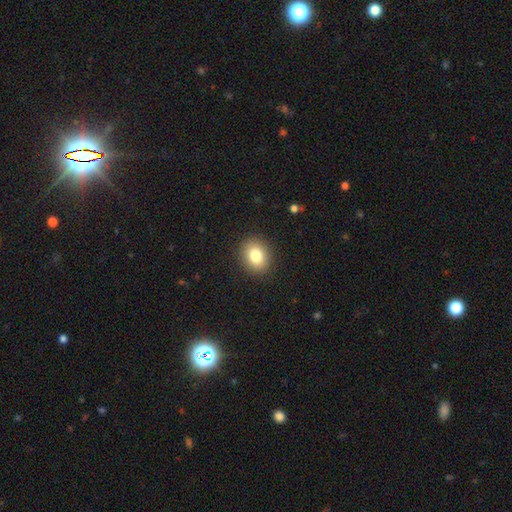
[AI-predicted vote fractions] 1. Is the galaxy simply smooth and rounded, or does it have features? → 83% smooth, 10% star or artifact, 8% featured or disk.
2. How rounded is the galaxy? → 52% round, 48% in between, 1% cigar-shaped.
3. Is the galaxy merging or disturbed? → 90% none, 7% minor disturbance, 2% major disturbance, 1% merger.